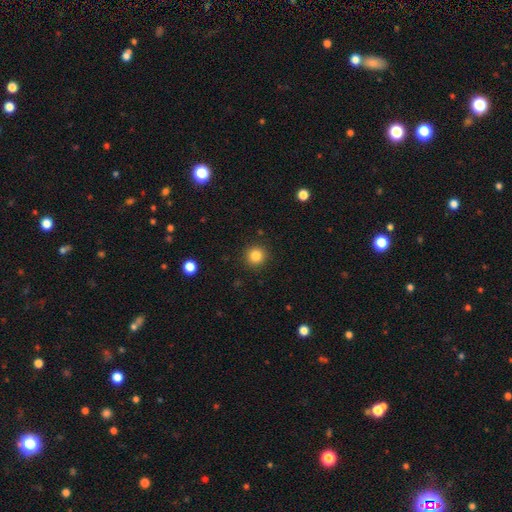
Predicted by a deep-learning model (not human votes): Overall: smooth (84%). How rounded: round (94%). Merging: none (91%).